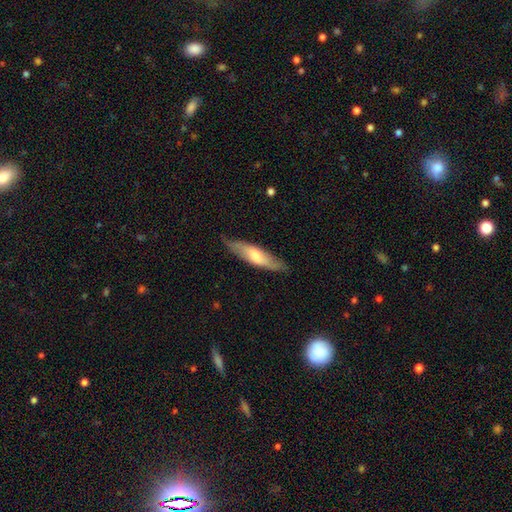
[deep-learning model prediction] A smooth galaxy with no disk features (55%) that is cigar-shaped (68%).

Vote fractions:
- Smooth or featured? smooth: 55% / featured or disk: 39% / star or artifact: 5%
- How rounded? cigar-shaped: 68% / in between: 30% / round: 2%
- Merging? none: 78% / minor disturbance: 18% / major disturbance: 3% / merger: 1%